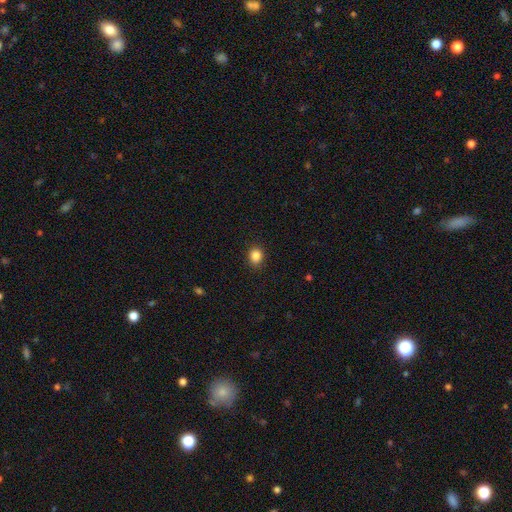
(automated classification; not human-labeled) Q: Smooth or featured?
A: smooth (86%); runner-up: star or artifact (10%)
Q: How rounded?
A: round (62%); runner-up: in between (37%)
Q: Merging?
A: none (88%); runner-up: minor disturbance (9%)